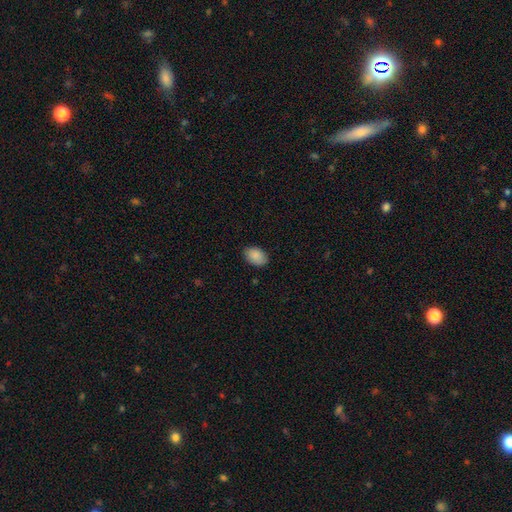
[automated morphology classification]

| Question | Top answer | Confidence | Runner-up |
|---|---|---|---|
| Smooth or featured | smooth | 89% | star or artifact (7%) |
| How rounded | in between | 87% | round (12%) |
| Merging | none | 85% | minor disturbance (12%) |